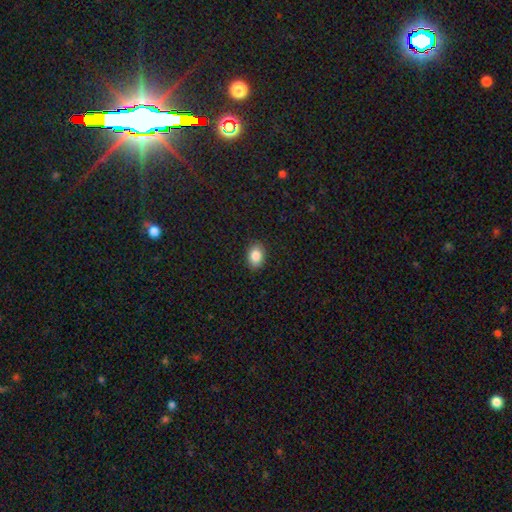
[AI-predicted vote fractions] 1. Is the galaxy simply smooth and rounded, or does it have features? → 86% smooth, 8% star or artifact, 6% featured or disk.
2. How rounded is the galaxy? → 77% in between, 22% round, 1% cigar-shaped.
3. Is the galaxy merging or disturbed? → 89% none, 8% minor disturbance, 2% major disturbance, 1% merger.